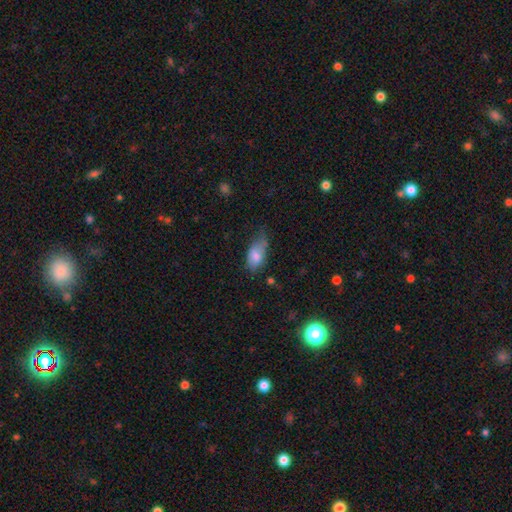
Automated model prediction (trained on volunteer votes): This is likely a smooth galaxy (76%). How rounded: clearly in between (90%). Merging: marginally minor disturbance (42%).